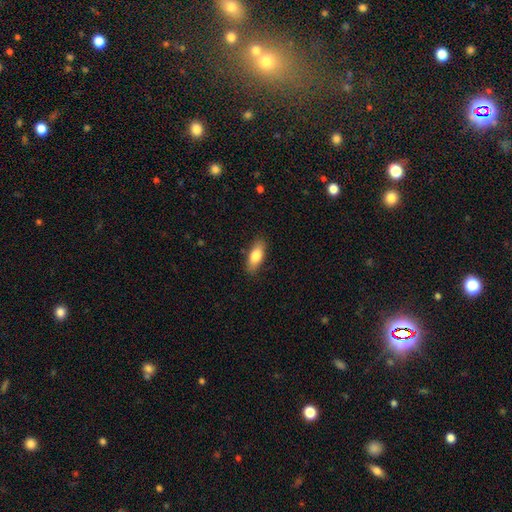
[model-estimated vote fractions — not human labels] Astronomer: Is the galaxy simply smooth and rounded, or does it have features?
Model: smooth — 79%.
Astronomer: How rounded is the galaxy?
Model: in between — 78%.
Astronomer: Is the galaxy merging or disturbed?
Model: none — 85%.